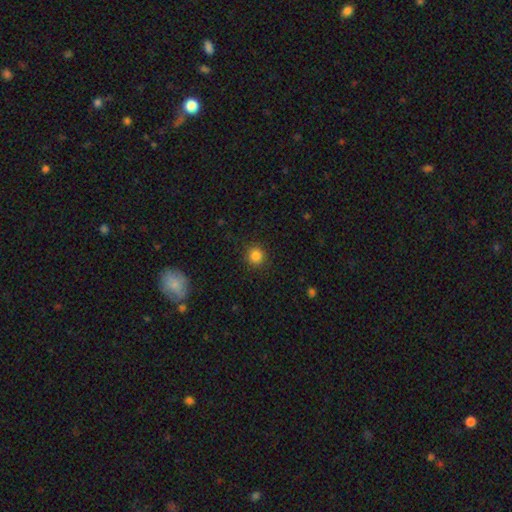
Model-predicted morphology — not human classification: smooth_or_featured: smooth (p=0.84) [alt: star or artifact p=0.12]
how_rounded: round (p=0.93) [alt: in between p=0.06]
merging: none (p=0.90) [alt: minor disturbance p=0.06]